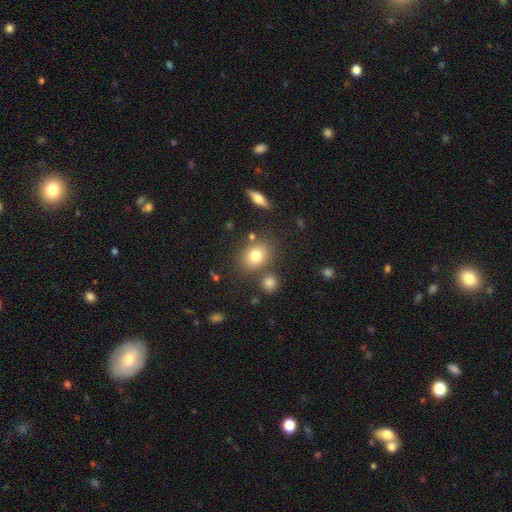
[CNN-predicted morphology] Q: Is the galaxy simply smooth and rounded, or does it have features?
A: smooth — 77%.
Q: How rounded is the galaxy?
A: round — 50%.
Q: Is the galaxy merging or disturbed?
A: none — 74%.